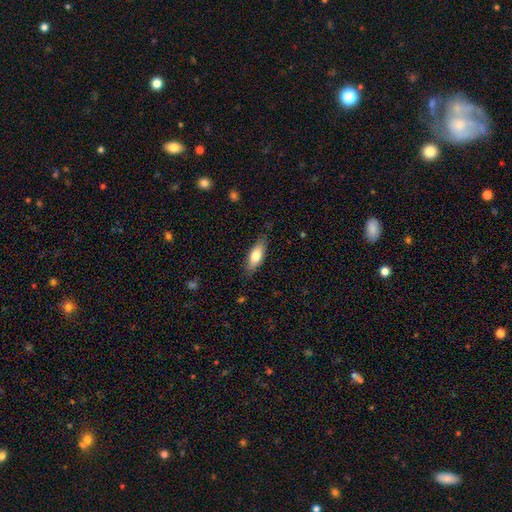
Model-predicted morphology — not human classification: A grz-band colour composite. It shows a smooth galaxy with no disk features (73%) that is in between round and cigar-shaped (67%). Merging: none (82%).